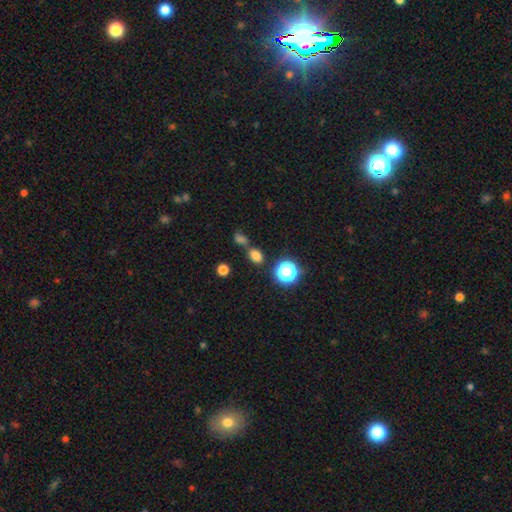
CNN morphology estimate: Q: Smooth or featured?
A: smooth (72%); runner-up: star or artifact (22%)
Q: How rounded?
A: in between (54%); runner-up: round (44%)
Q: Merging?
A: none (59%); runner-up: merger (27%)